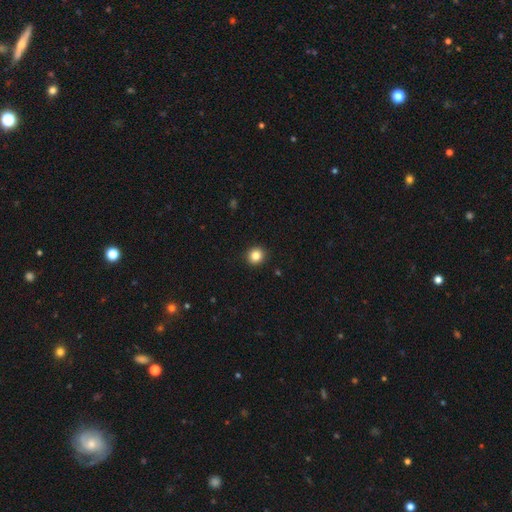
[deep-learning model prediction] Morphology: type=smooth (84%); roundness=round (88%); merging=none (93%).